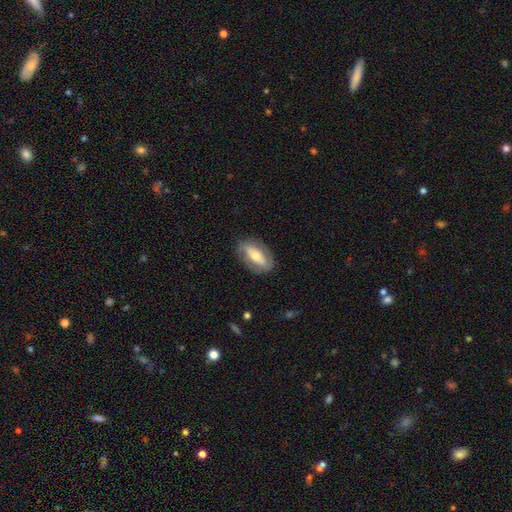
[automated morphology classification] Smooth or featured? featured or disk (57%)
Edge-on disk? no (85%)
Merging? none (79%)